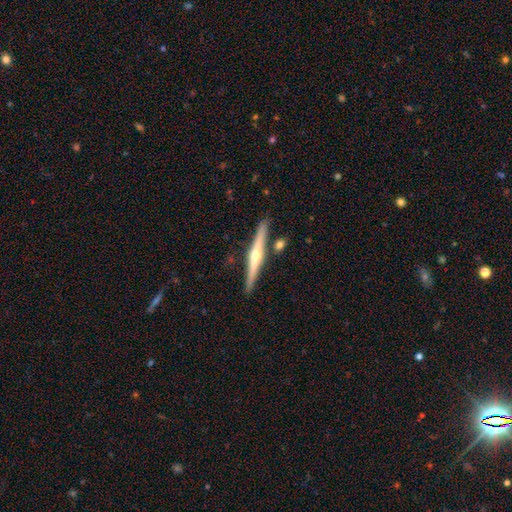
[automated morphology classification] A featured or disk galaxy (73%) viewed edge-on (98%) with a rounded central bulge (88%). Merging: none (86%).